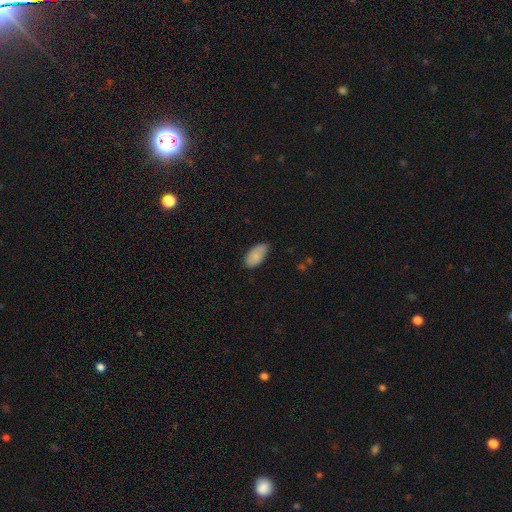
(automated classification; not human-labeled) A smooth galaxy with no disk features (85%) that is in between round and cigar-shaped (95%).

Vote fractions:
- Smooth or featured? smooth: 85% / featured or disk: 9% / star or artifact: 6%
- How rounded? in between: 95% / cigar-shaped: 3% / round: 2%
- Merging? none: 76% / minor disturbance: 20% / major disturbance: 3% / merger: 1%